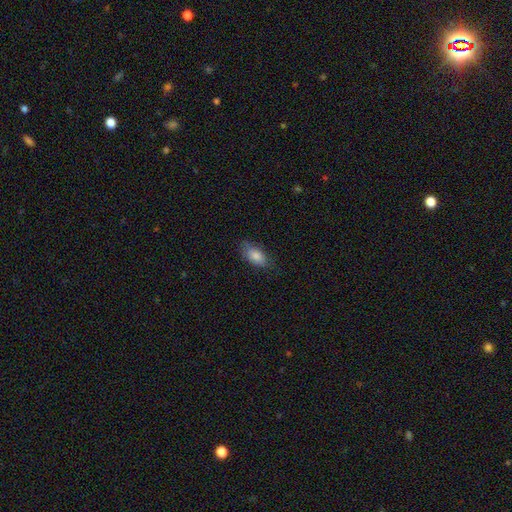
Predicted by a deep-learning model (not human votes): Overall: smooth (80%). How rounded: in between (88%). Merging: none (74%).